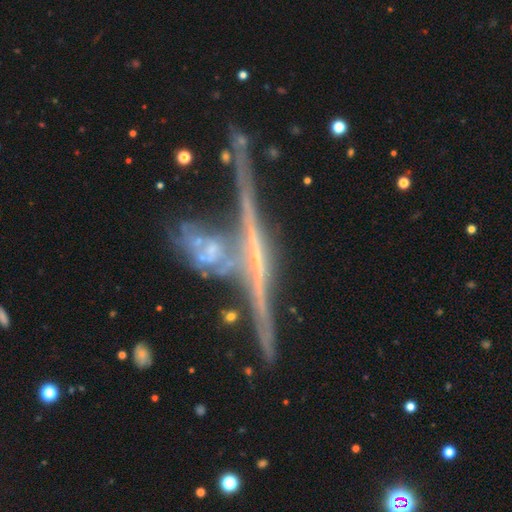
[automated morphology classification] Smooth or featured: featured or disk — 64% (star or artifact — 22%)
Edge-on disk: yes — 84% (no — 16%)
Edge-on bulge: none — 50% (rounded — 37%)
Merging: none — 53% (merger — 24%)